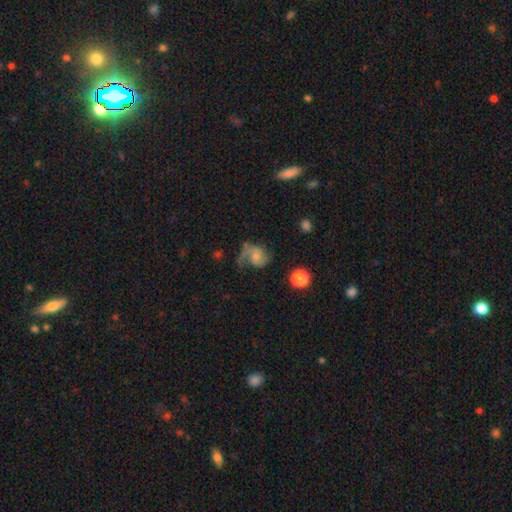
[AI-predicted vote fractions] smooth-or-featured: featured or disk: 72% | smooth: 20% | star or artifact: 9%
  disk-edge-on: no: 98% | yes: 2%
    bar: no: 63% | weak: 31% | strong: 5%
    has-spiral-arms: yes: 92% | no: 8%
      spiral-winding: medium: 44% | loose: 40% | tight: 16%
      spiral-arm-count: 2: 62% | 1: 30% | can't tell: 5% | 3: 2% | 4: 1% | more than 4: 1%
    bulge-size: small: 38% | moderate: 27% | none: 26% | large: 7% | dominant: 2%
  merging: none: 44% | major disturbance: 30% | minor disturbance: 22% | merger: 3%